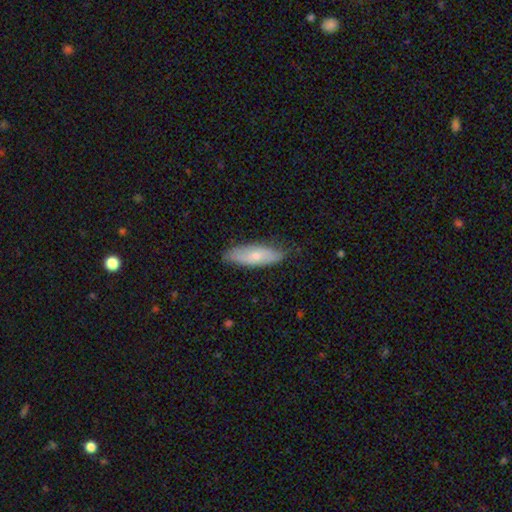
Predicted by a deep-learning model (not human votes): smooth-or-featured: smooth: 65% | featured or disk: 29% | star or artifact: 6%
  how-rounded: in between: 60% | cigar-shaped: 38% | round: 2%
  merging: none: 76% | minor disturbance: 19% | major disturbance: 3% | merger: 1%